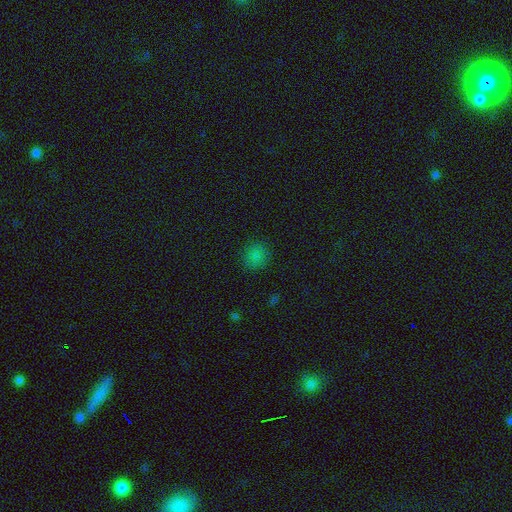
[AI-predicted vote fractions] The model was most divided on "smooth or featured": smooth: 80%, star or artifact: 15%, featured or disk: 5%. More confident: merging — none (87%); how rounded — round (87%).